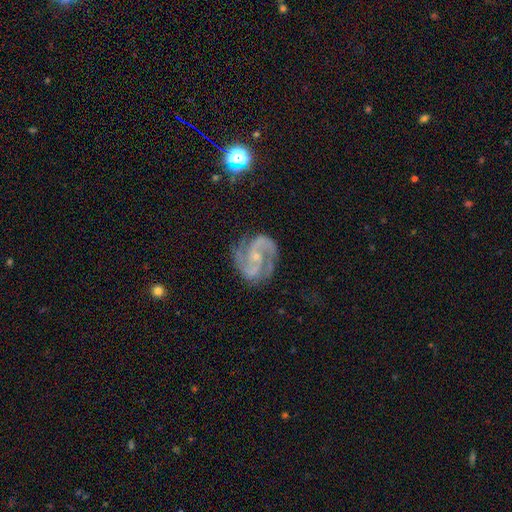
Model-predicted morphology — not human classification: Overall: featured or disk (91%). Edge-on disk: no (98%). Bar: no (54%; weak 34%). Spiral arms: yes (98%). Spiral arm count: 2 (77%). Spiral winding: medium (59%; tight 29%). Bulge size: small (74%). Merging: none (76%).